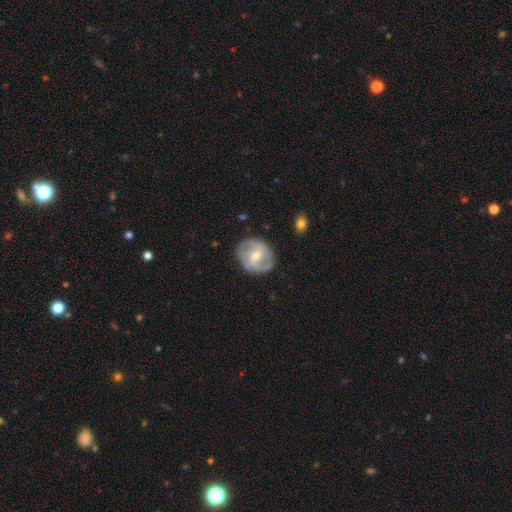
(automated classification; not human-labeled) Smooth or featured? Predicted: featured or disk (p=0.78). Edge-on disk? Predicted: no (p=0.97). Bar? Predicted: weak (p=0.43). Spiral arms? Predicted: yes (p=0.91). Spiral winding? Predicted: medium (p=0.45). Spiral arm count? Predicted: 2 (p=0.57). Bulge size? Predicted: moderate (p=0.50). Merging? Predicted: none (p=0.79).